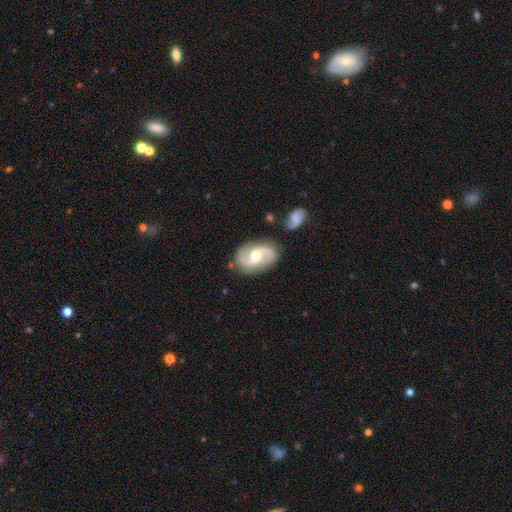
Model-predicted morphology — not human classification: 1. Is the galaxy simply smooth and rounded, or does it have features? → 83% featured or disk, 12% smooth, 5% star or artifact.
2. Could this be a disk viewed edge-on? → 97% no, 3% yes.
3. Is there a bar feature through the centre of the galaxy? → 47% no, 42% weak, 11% strong.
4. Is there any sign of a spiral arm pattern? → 95% yes, 5% no.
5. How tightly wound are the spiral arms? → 48% medium, 37% loose, 15% tight.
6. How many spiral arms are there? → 92% 2, 3% can't tell, 2% 1, 1% 3, 1% 4, 1% more than 4.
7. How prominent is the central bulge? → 66% moderate, 27% small, 4% large, 1% none, 1% dominant.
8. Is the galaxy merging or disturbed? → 78% none, 14% minor disturbance, 4% merger, 4% major disturbance.